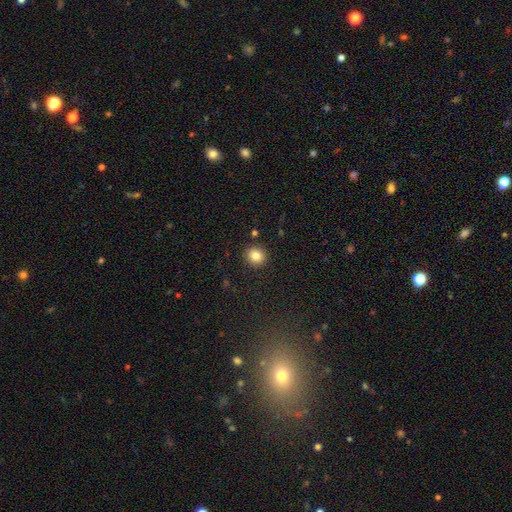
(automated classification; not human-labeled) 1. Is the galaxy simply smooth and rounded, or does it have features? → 83% smooth, 10% star or artifact, 7% featured or disk.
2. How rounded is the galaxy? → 88% round, 11% in between, 1% cigar-shaped.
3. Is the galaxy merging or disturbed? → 90% none, 6% minor disturbance, 2% major disturbance, 2% merger.